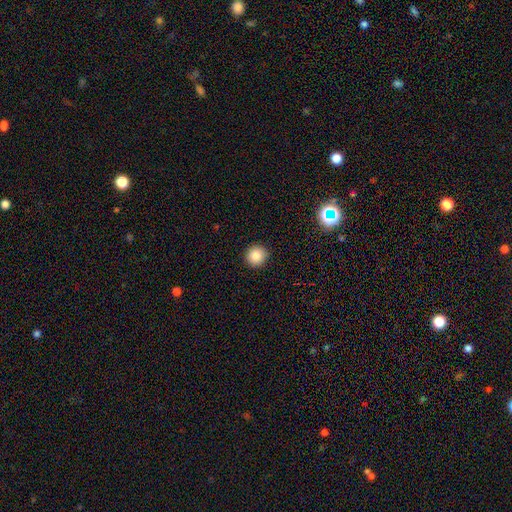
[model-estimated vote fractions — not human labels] Morphology: type=smooth (84%); roundness=round (94%); merging=none (93%).